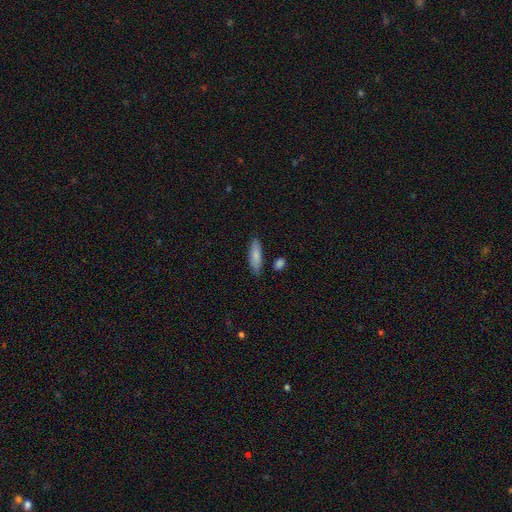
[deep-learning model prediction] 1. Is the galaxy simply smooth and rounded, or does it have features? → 80% smooth, 14% featured or disk, 6% star or artifact.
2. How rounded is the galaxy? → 51% in between, 47% cigar-shaped, 2% round.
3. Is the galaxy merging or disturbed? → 78% none, 15% minor disturbance, 4% merger, 3% major disturbance.